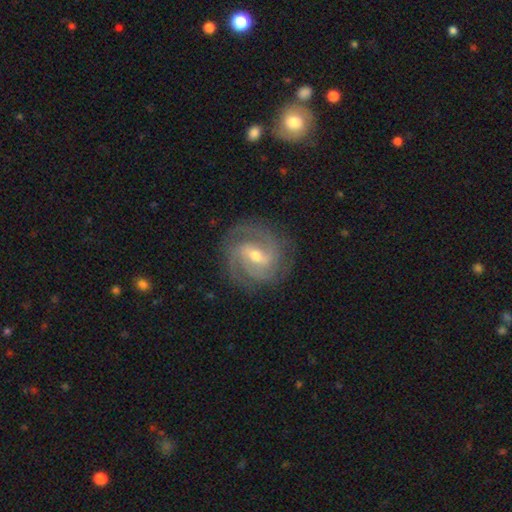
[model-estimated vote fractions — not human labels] This is clearly a featured or disk galaxy (89%). It is clearly not viewed edge-on (97%). Bar: possibly weak (50%). Spiral arm pattern: clearly yes (97%). Spiral arm count: marginally 3 (41%). Spiral winding: possibly tight (54%). Central bulge: possibly moderate (57%). Merging: clearly none (82%).